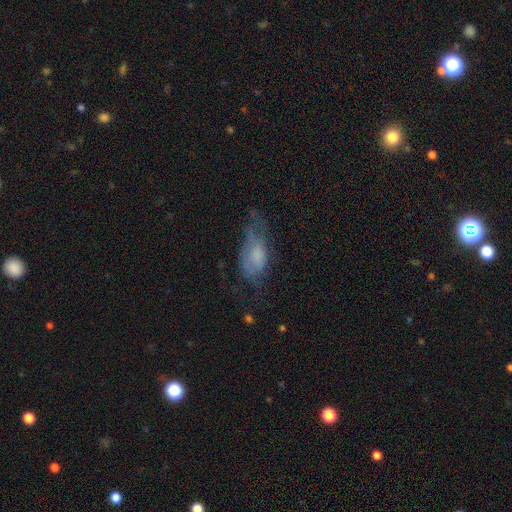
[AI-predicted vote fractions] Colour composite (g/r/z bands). It shows a smooth galaxy with no disk features (54%) that is in between round and cigar-shaped (85%). Merging: none (35%).